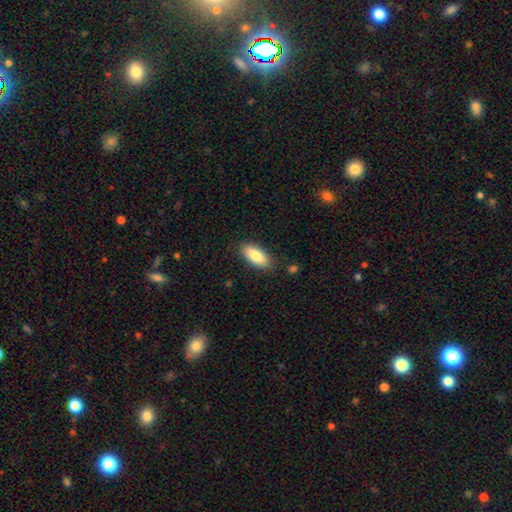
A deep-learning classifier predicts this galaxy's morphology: Smooth or featured?
  - smooth: 83% *
  - featured or disk: 11%
  - star or artifact: 6%
How rounded?
  - in between: 85% *
  - cigar-shaped: 13%
  - round: 2%
Merging?
  - none: 86% *
  - minor disturbance: 11%
  - major disturbance: 2%
  - merger: 1%